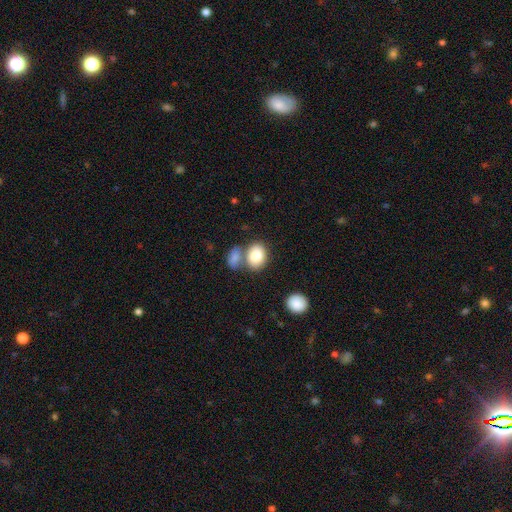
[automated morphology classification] Smooth or featured: smooth — 84% (featured or disk — 9%)
How rounded: in between — 63% (round — 36%)
Merging: none — 47% (merger — 38%)